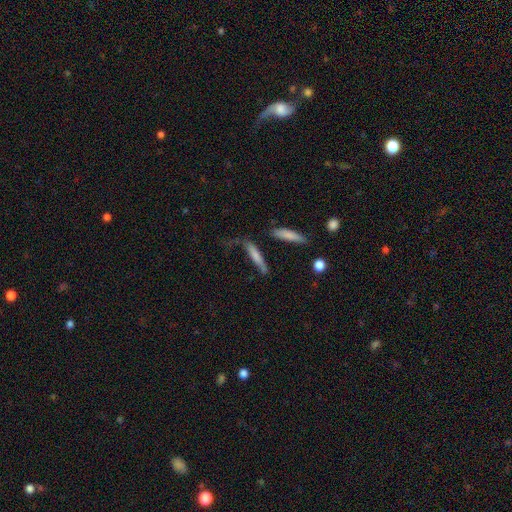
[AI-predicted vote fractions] A smooth galaxy with no disk features (65%) that is cigar-shaped (85%).

Vote fractions:
- Smooth or featured? smooth: 65% / featured or disk: 27% / star or artifact: 7%
- How rounded? cigar-shaped: 85% / in between: 13% / round: 2%
- Merging? none: 51% / minor disturbance: 25% / major disturbance: 16% / merger: 9%